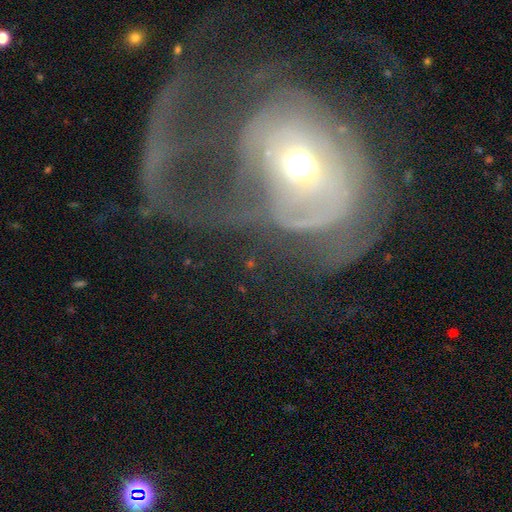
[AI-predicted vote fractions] featured or disk 67%, smooth 22%, star or artifact 11%. Down the decision tree: edge-on disk — no (96%); bar — no (78%); spiral arms — yes (51%); bulge size — moderate (70%); merging — major disturbance (65%).